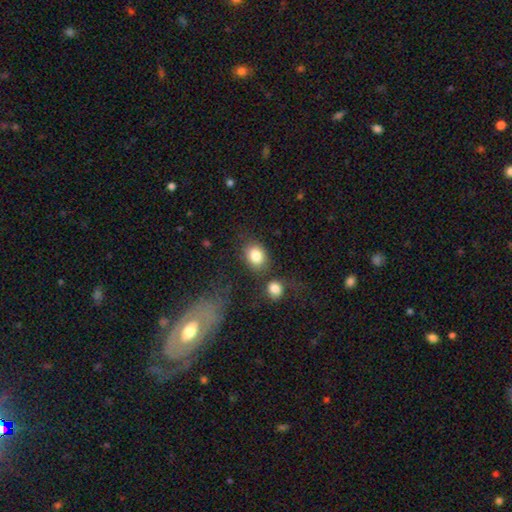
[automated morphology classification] smooth 84%, star or artifact 9%, featured or disk 7%. Down the decision tree: how rounded — in between (59%); merging — none (69%).